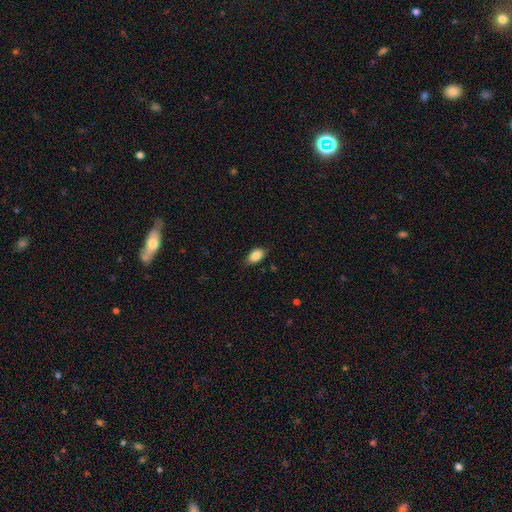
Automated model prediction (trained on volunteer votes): Smooth or featured? smooth (86%)
How rounded? in between (90%)
Merging? none (82%)